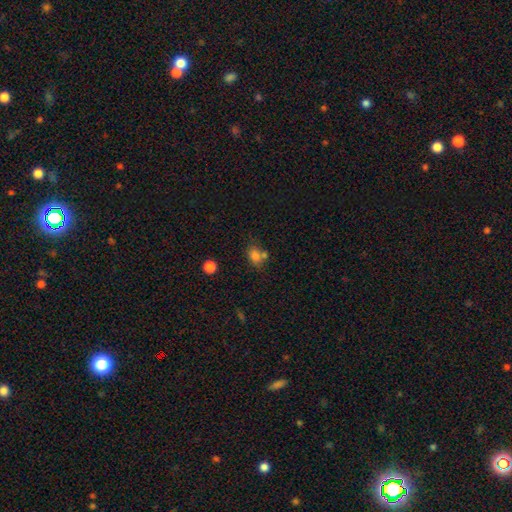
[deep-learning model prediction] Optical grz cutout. It shows a smooth galaxy with no disk features (78%) that is in between round and cigar-shaped (63%). Merging: none (50%).